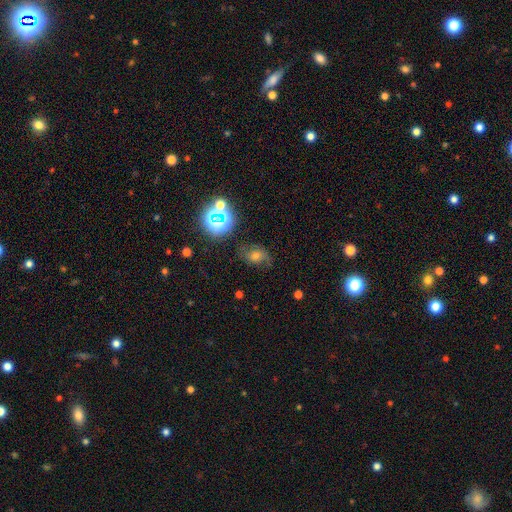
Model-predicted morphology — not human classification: This appears to be a smooth galaxy with no disk features (40%). Merging: none (60%).